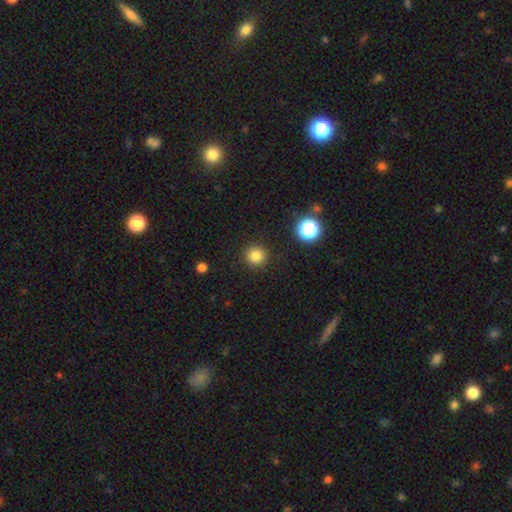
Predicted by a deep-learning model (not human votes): The model was most divided on "smooth or featured": smooth: 82%, star or artifact: 13%, featured or disk: 5%. More confident: how rounded — round (95%); merging — none (92%).